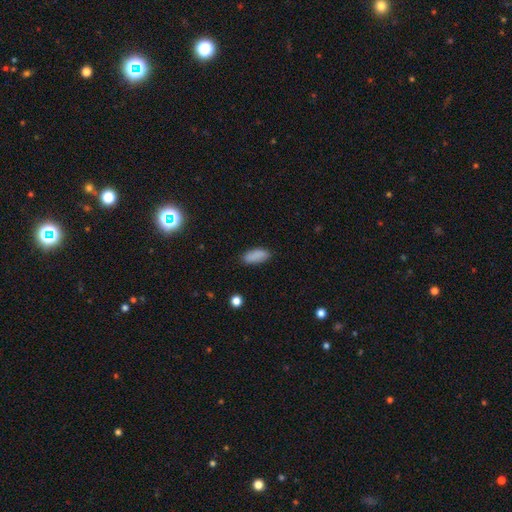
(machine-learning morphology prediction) The model was most divided on "how rounded": in between: 82%, cigar-shaped: 16%, round: 2%. More confident: smooth or featured — smooth (88%); merging — none (85%).